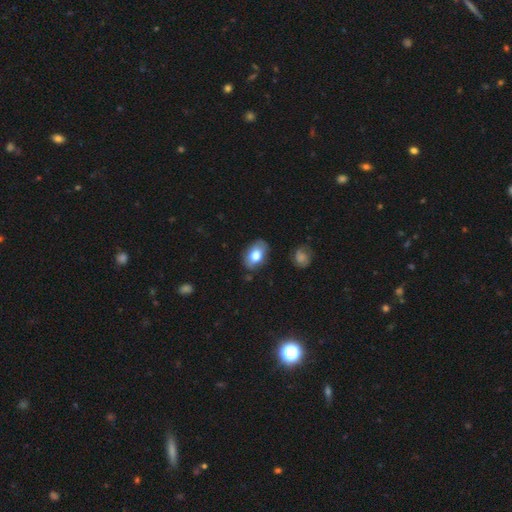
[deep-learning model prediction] Smooth or featured? smooth (73%)
How rounded? in between (87%)
Merging? none (78%)